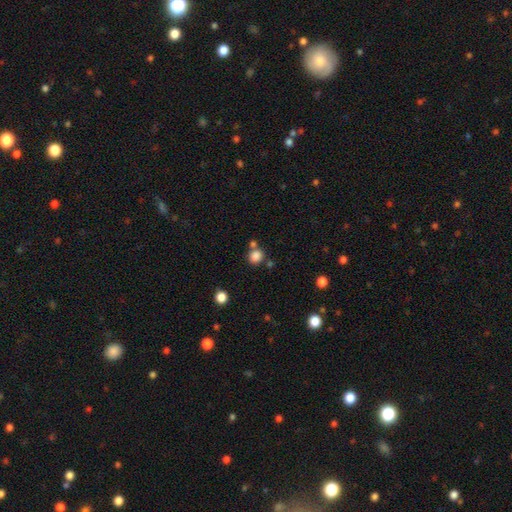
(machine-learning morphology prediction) smooth 84%, star or artifact 12%, featured or disk 4%. Down the decision tree: how rounded — round (80%); merging — none (69%).